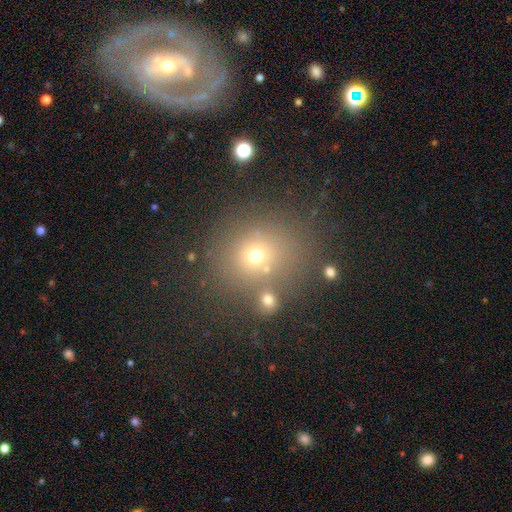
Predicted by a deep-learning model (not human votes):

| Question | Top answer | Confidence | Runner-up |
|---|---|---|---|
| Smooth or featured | smooth | 62% | star or artifact (26%) |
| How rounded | round | 83% | in between (16%) |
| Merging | none | 71% | merger (13%) |